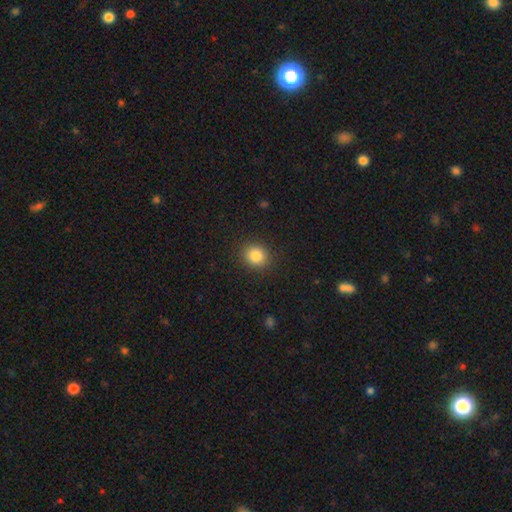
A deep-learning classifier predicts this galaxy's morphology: This appears to be a smooth galaxy with no disk features (85%) that is round (79%). Merging: none (89%).